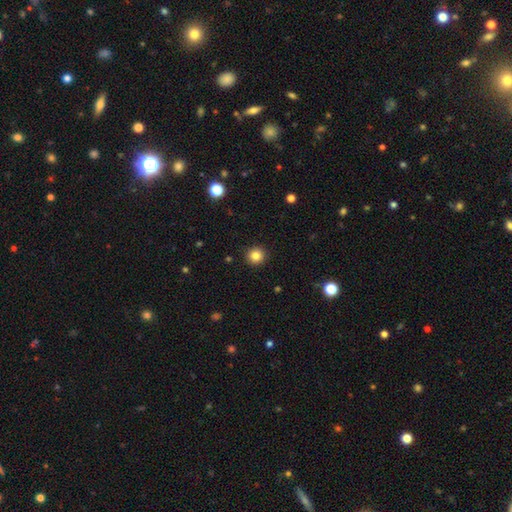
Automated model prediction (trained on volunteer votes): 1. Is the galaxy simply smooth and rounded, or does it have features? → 83% smooth, 11% star or artifact, 6% featured or disk.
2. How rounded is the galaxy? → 94% round, 5% in between, 1% cigar-shaped.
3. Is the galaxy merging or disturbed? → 92% none, 5% minor disturbance, 2% major disturbance, 1% merger.